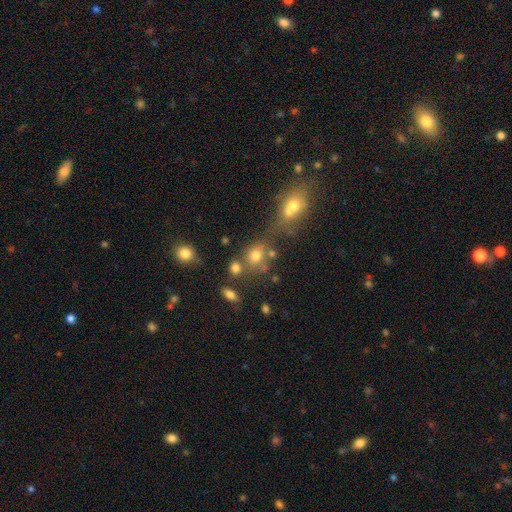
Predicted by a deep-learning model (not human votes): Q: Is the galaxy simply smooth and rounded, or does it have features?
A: smooth — 70%.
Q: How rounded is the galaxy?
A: round — 72%.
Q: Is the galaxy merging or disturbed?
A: none — 50%.